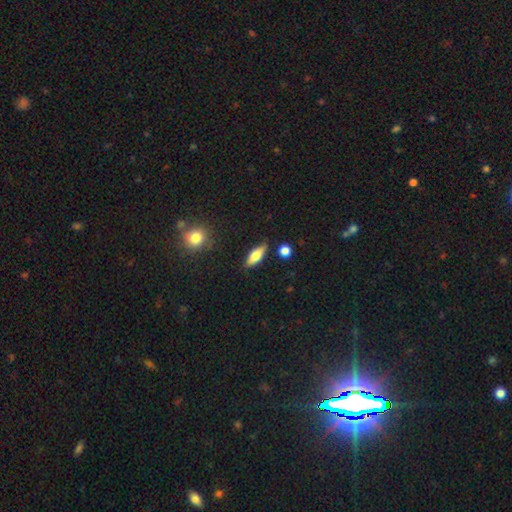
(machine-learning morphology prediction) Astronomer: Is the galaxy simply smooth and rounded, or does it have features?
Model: smooth — 63%.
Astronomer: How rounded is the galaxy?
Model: in between — 63%.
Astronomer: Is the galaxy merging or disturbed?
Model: none — 83%.